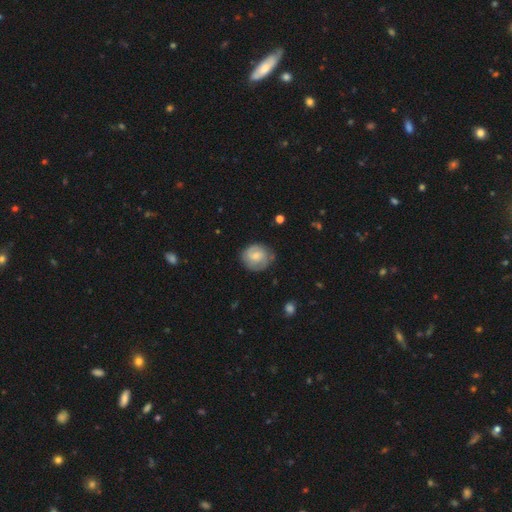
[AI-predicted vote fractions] Smooth or featured? featured or disk (51%)
Edge-on disk? no (97%)
Merging? none (73%)